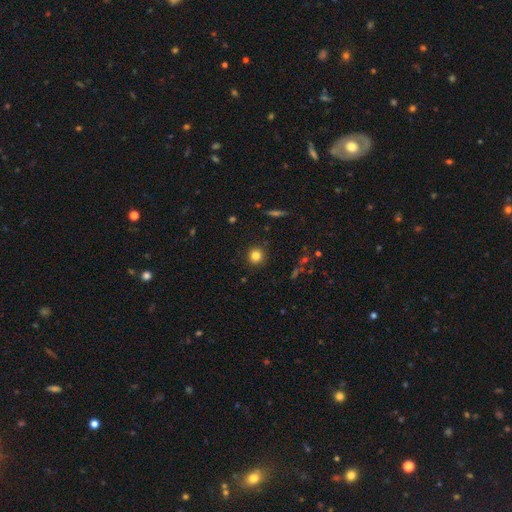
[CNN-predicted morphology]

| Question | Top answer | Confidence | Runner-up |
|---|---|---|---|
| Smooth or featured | smooth | 81% | star or artifact (12%) |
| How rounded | round | 93% | in between (6%) |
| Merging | none | 90% | minor disturbance (6%) |